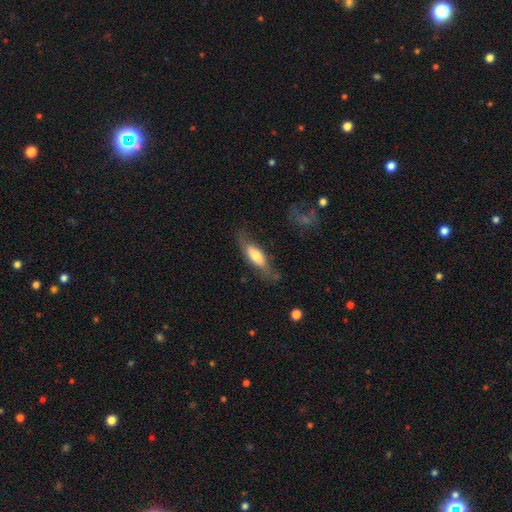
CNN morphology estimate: This appears to be a smooth galaxy with no disk features (59%) that is in between round and cigar-shaped (57%). Merging: none (66%).